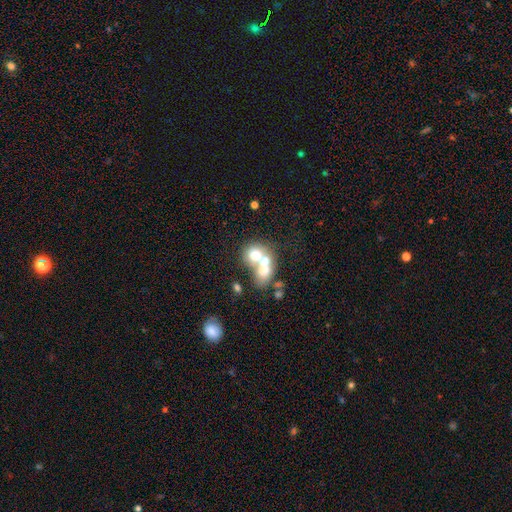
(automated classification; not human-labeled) Q: Smooth or featured?
A: smooth (60%); runner-up: featured or disk (28%)
Q: How rounded?
A: round (61%); runner-up: in between (38%)
Q: Merging?
A: merger (65%); runner-up: none (23%)